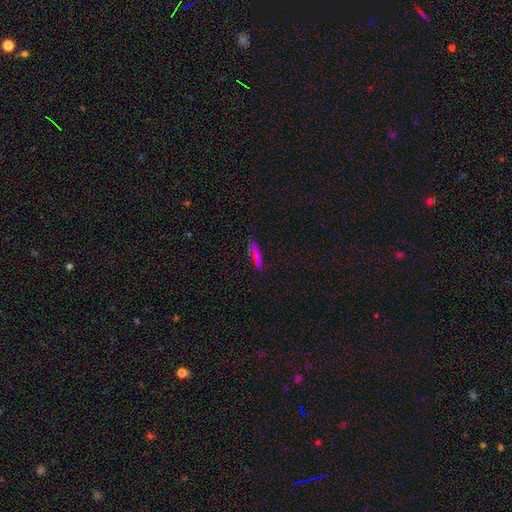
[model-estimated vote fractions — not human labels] Q: Smooth or featured?
A: smooth (66%); runner-up: star or artifact (19%)
Q: How rounded?
A: cigar-shaped (70%); runner-up: in between (26%)
Q: Merging?
A: none (82%); runner-up: minor disturbance (13%)